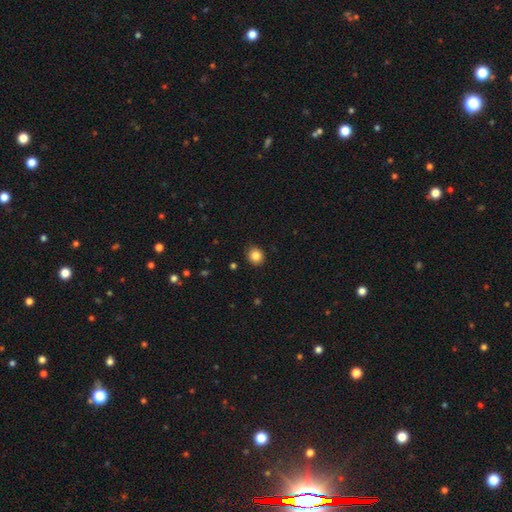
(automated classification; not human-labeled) smooth_or_featured: smooth (p=0.85) [alt: star or artifact p=0.10]
how_rounded: round (p=0.86) [alt: in between p=0.13]
merging: none (p=0.90) [alt: minor disturbance p=0.07]